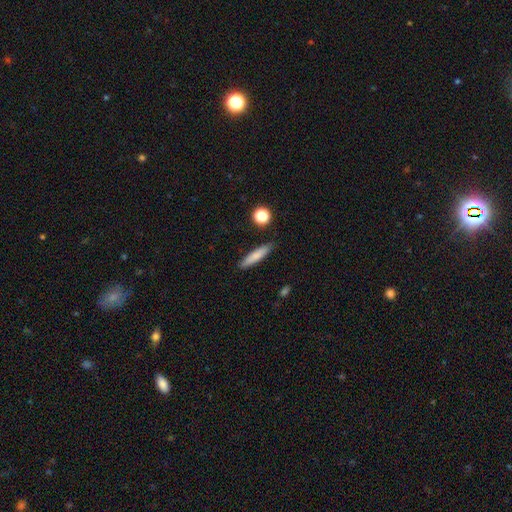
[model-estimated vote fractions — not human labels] Morphology: type=smooth (78%); roundness=cigar-shaped (85%); merging=none (87%).